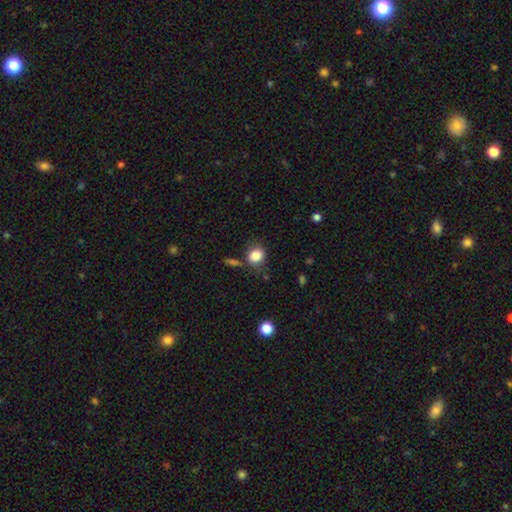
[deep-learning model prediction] smooth_or_featured: smooth (p=0.84) [alt: star or artifact p=0.10]
how_rounded: round (p=0.61) [alt: in between p=0.38]
merging: none (p=0.73) [alt: minor disturbance p=0.16]